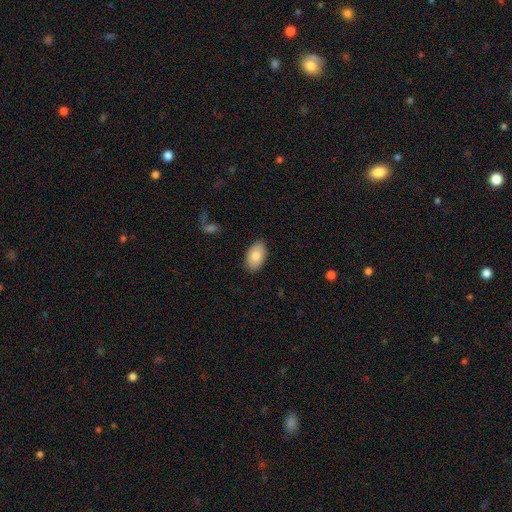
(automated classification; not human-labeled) Overall: smooth (84%). How rounded: in between (94%). Merging: none (87%).